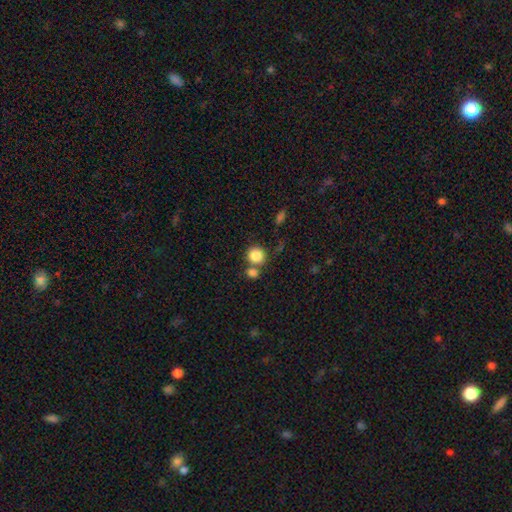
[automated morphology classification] Q: Smooth or featured?
A: smooth (85%); runner-up: star or artifact (10%)
Q: How rounded?
A: round (89%); runner-up: in between (10%)
Q: Merging?
A: none (60%); runner-up: merger (28%)